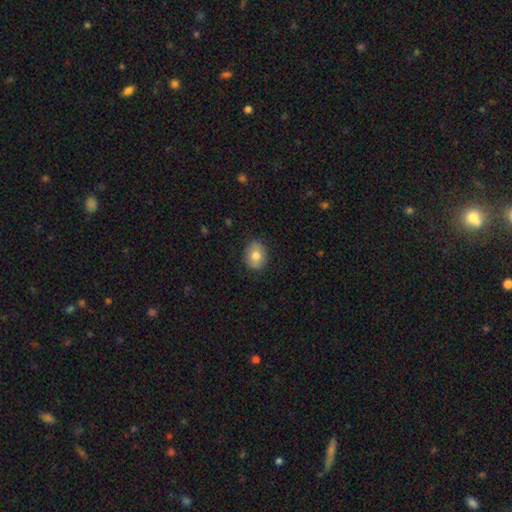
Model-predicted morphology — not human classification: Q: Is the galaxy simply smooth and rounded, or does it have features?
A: smooth — 78%.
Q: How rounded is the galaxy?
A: round — 58%.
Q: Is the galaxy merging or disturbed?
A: none — 86%.